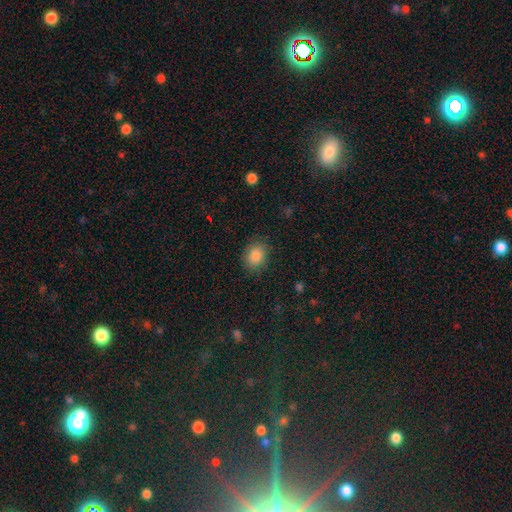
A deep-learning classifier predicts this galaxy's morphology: Smooth or featured: smooth — 86% (star or artifact — 9%)
How rounded: in between — 53% (round — 46%)
Merging: none — 84% (minor disturbance — 11%)